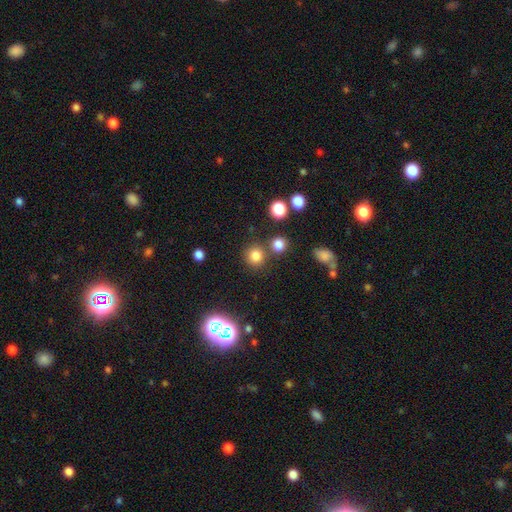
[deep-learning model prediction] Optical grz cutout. It shows a smooth galaxy with no disk features (78%) that is round (91%). Merging: none (79%).